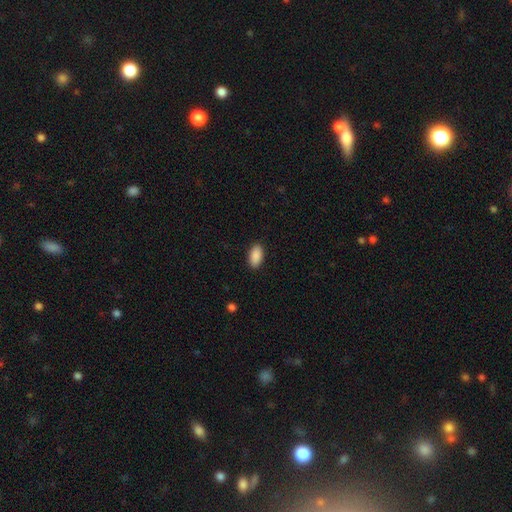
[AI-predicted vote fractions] smooth 90%, star or artifact 7%, featured or disk 3%. Down the decision tree: how rounded — in between (94%); merging — none (89%).